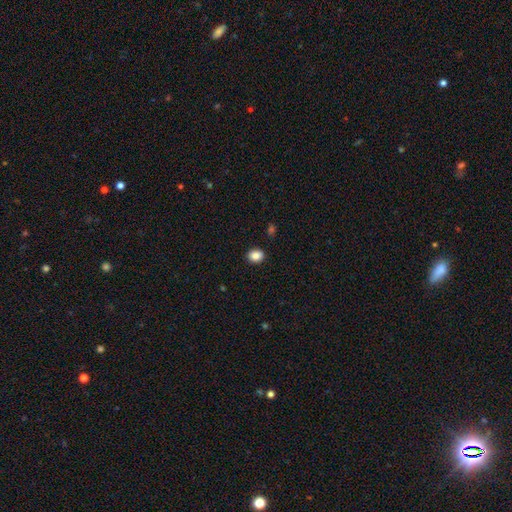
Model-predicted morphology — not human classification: type=smooth (88%); roundness=round (52%); merging=none (90%).